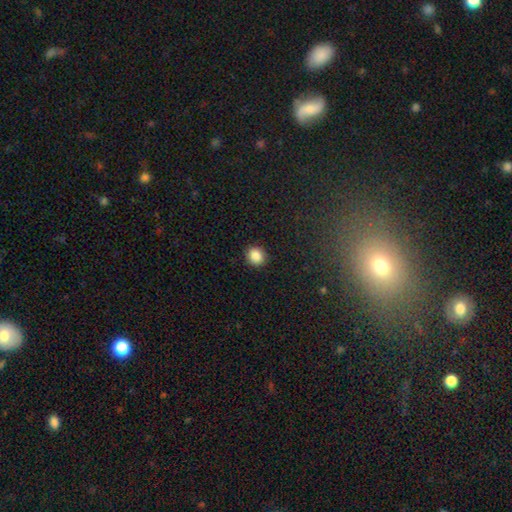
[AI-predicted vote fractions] Overall: smooth (87%). How rounded: round (84%). Merging: none (91%).